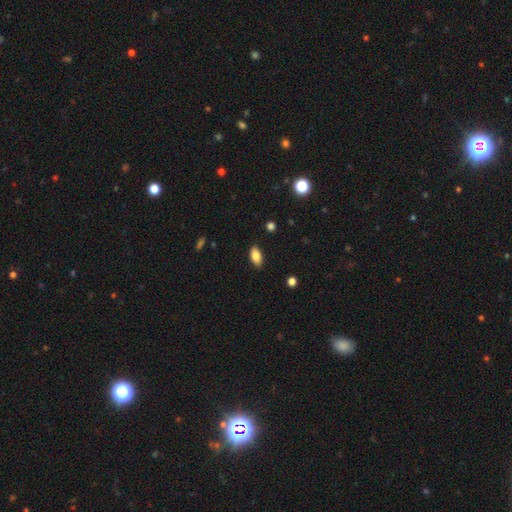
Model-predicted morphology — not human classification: smooth_or_featured: smooth (p=0.85) [alt: star or artifact p=0.08]
how_rounded: in between (p=0.92) [alt: cigar-shaped p=0.04]
merging: none (p=0.86) [alt: minor disturbance p=0.11]